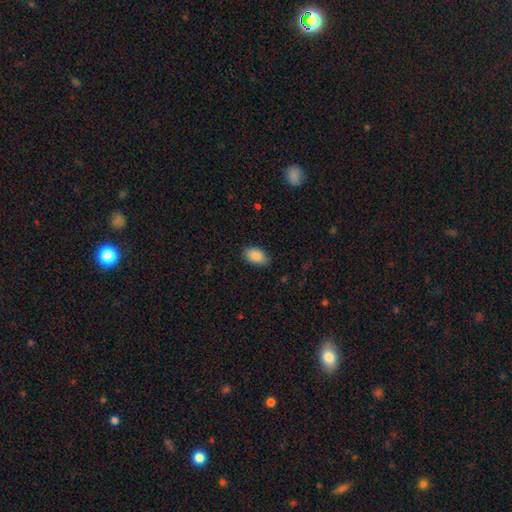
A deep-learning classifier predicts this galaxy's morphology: Smooth or featured? smooth (88%)
How rounded? in between (92%)
Merging? none (83%)